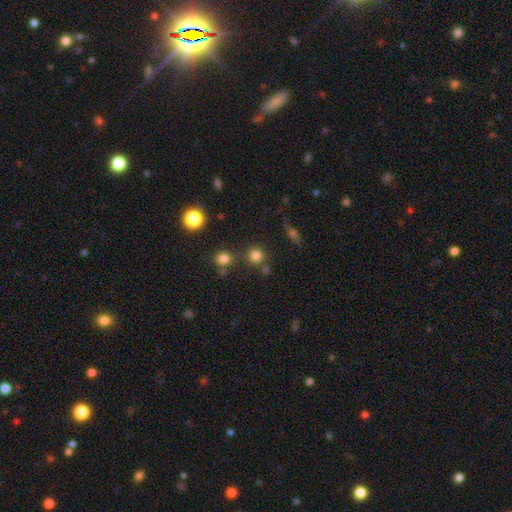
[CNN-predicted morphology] Overall: smooth (79%). How rounded: round (91%). Merging: none (75%).